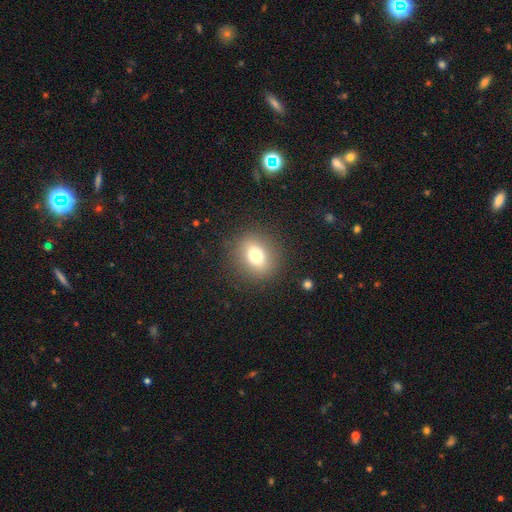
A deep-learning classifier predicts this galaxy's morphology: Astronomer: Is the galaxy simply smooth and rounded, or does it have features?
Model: smooth — 75%.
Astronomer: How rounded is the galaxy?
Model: round — 65%.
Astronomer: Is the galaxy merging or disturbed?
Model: none — 87%.